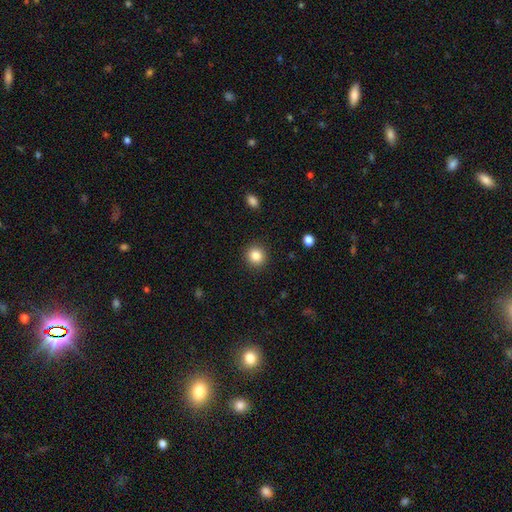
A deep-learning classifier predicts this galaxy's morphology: Overall: smooth (85%). How rounded: round (91%). Merging: none (91%).